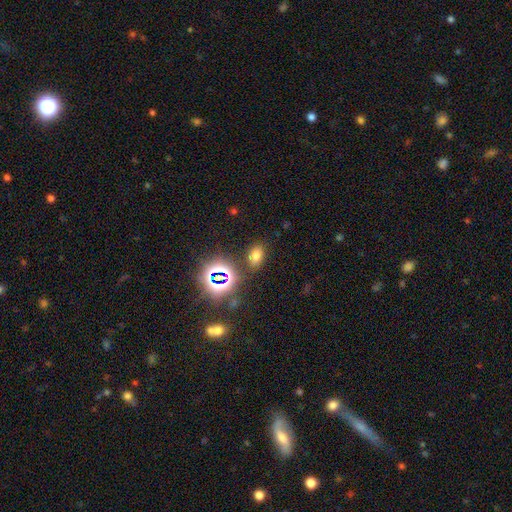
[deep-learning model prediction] Q: Smooth or featured?
A: smooth (63%); runner-up: star or artifact (28%)
Q: How rounded?
A: in between (80%); runner-up: round (19%)
Q: Merging?
A: none (81%); runner-up: minor disturbance (11%)